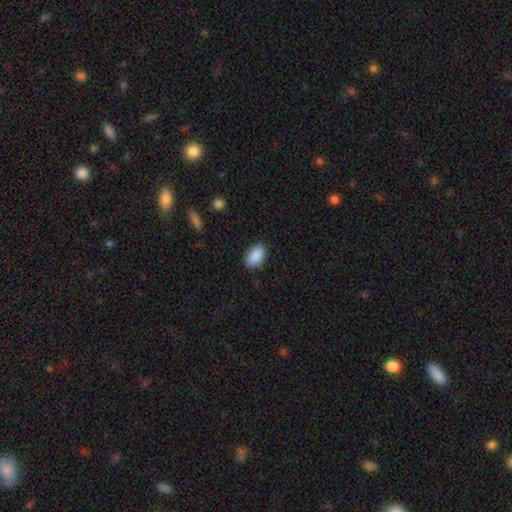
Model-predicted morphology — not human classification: smooth-or-featured: smooth: 90% | star or artifact: 6% | featured or disk: 4%
  how-rounded: in between: 92% | round: 7% | cigar-shaped: 1%
  merging: none: 85% | minor disturbance: 11% | major disturbance: 2% | merger: 1%